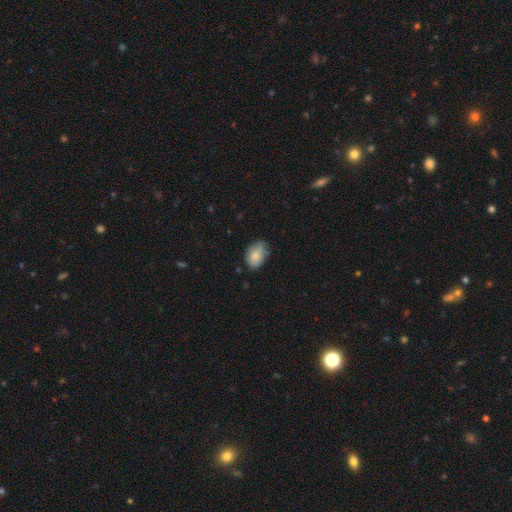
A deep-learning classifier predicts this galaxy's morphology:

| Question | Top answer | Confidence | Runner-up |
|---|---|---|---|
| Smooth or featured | smooth | 80% | featured or disk (13%) |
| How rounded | in between | 86% | round (12%) |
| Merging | none | 62% | minor disturbance (31%) |